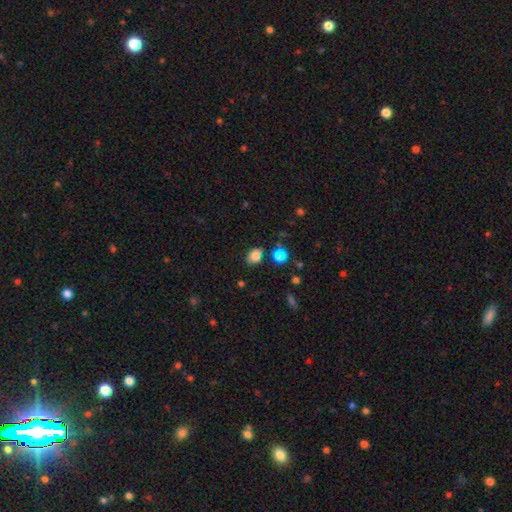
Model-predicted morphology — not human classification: Smooth or featured? Predicted: smooth (p=0.77). How rounded? Predicted: in between (p=0.60). Merging? Predicted: none (p=0.70).